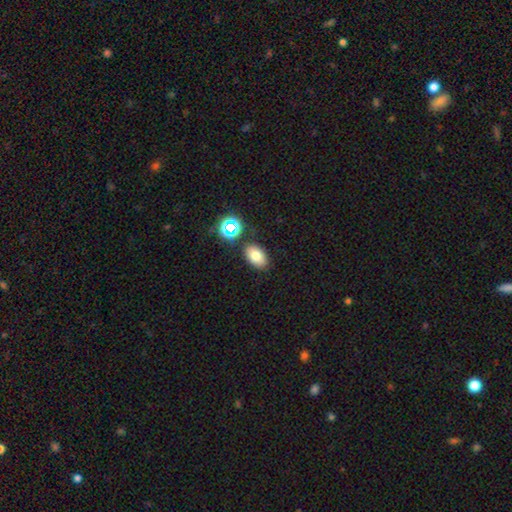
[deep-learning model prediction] This appears to be a smooth galaxy with no disk features (76%) that is in between round and cigar-shaped (86%). Merging: none (82%).